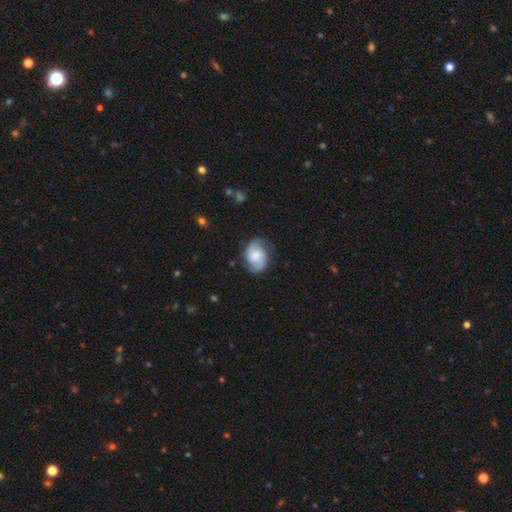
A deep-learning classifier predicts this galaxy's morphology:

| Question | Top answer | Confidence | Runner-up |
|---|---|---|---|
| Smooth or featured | featured or disk | 79% | smooth (16%) |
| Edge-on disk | no | 98% | yes (2%) |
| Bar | no | 60% | weak (34%) |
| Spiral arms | yes | 96% | no (4%) |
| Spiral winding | medium | 50% | tight (29%) |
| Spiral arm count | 2 | 91% | can't tell (4%) |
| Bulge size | moderate | 45% | small (37%) |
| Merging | none | 78% | minor disturbance (16%) |